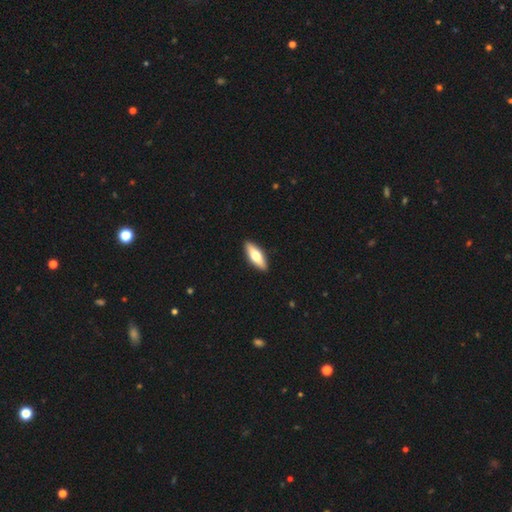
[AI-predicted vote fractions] Morphology: type=smooth (58%); roundness=in between (52%); merging=none (91%).